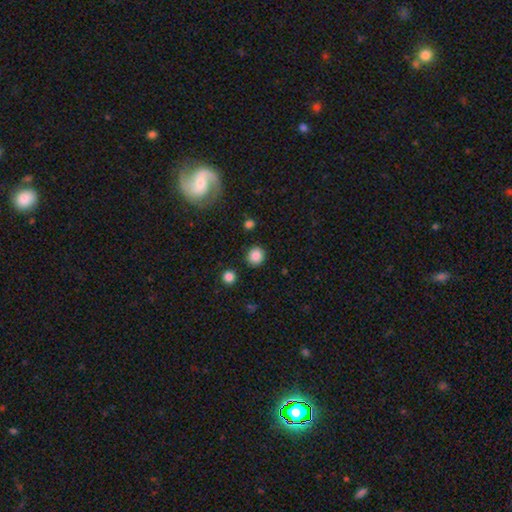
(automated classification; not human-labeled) Morphology: type=smooth (86%); roundness=round (86%); merging=none (88%).